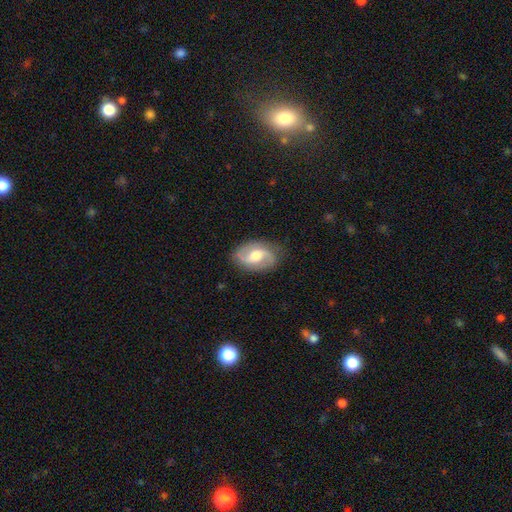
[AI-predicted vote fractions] This is likely a featured or disk galaxy (78%). It is clearly not viewed edge-on (97%). Bar: possibly weak (49%). Spiral arm pattern: clearly yes (94%). Spiral arm count: clearly 2 (90%). Spiral winding: possibly medium (49%). Central bulge: likely moderate (66%). Merging: clearly none (81%).